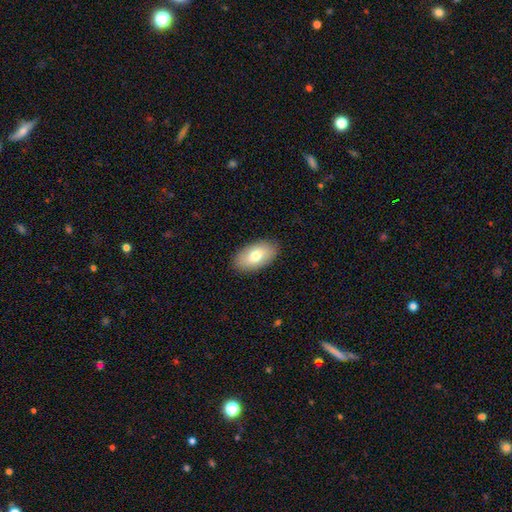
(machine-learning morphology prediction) This appears to be a smooth galaxy with no disk features (74%) that is in between round and cigar-shaped (94%). Merging: none (88%).